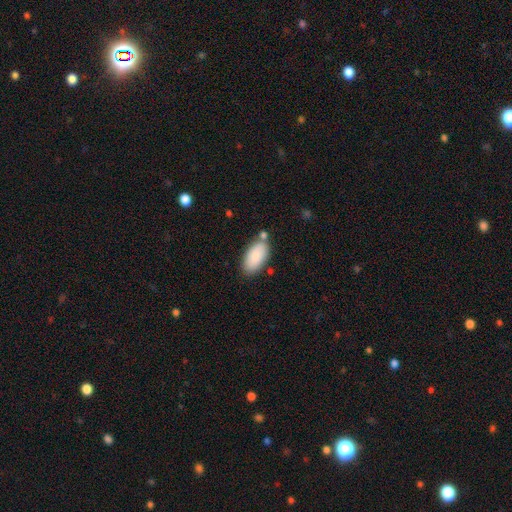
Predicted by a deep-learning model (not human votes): Smooth or featured? Predicted: smooth (p=0.86). How rounded? Predicted: in between (p=0.94). Merging? Predicted: none (p=0.71).